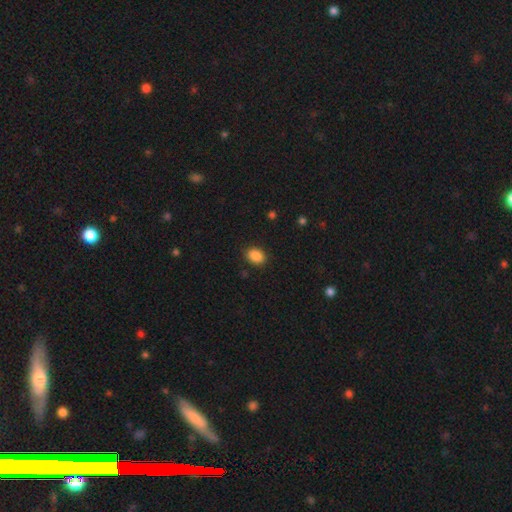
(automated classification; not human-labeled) smooth 88%, star or artifact 9%, featured or disk 3%. Down the decision tree: how rounded — in between (67%); merging — none (87%).